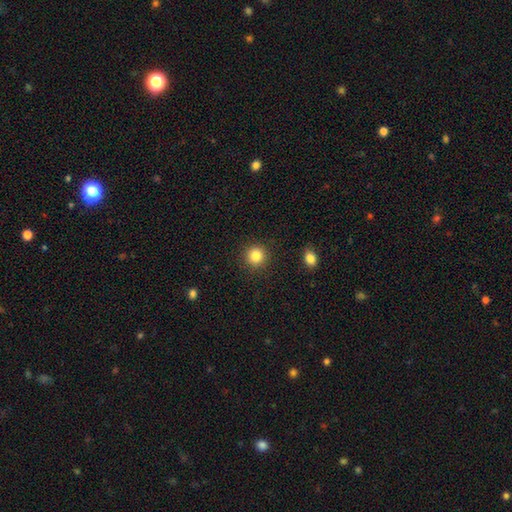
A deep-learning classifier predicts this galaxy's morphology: type=smooth (84%); roundness=round (93%); merging=none (91%).